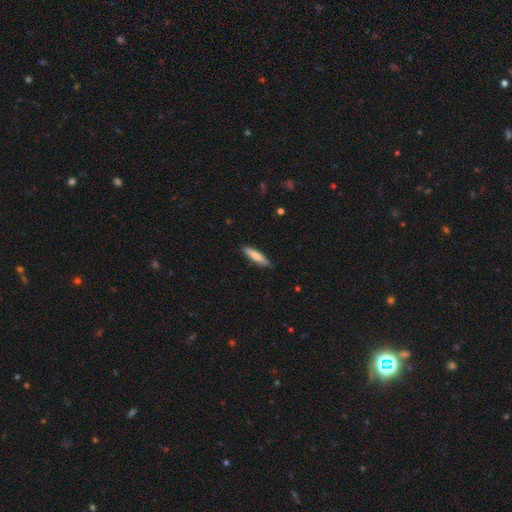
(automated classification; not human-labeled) The model was most divided on "how rounded": cigar-shaped: 80%, in between: 19%, round: 1%. More confident: merging — none (87%); smooth or featured — smooth (79%).